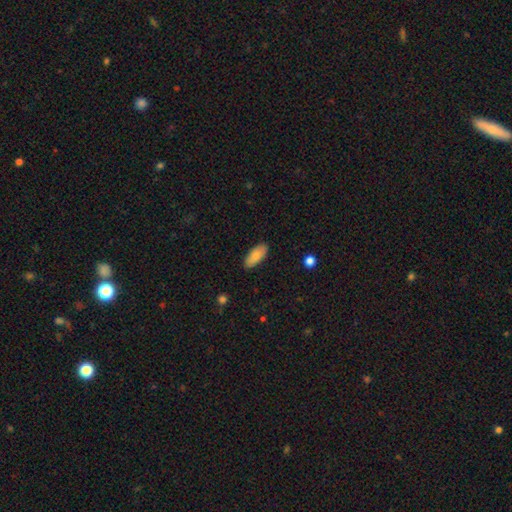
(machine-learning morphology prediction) Overall: smooth (79%). How rounded: in between (84%). Merging: none (88%).